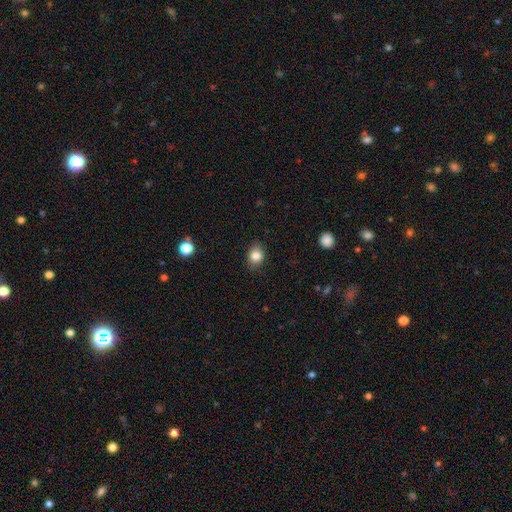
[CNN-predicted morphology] type=smooth (83%); roundness=in between (53%); merging=none (84%).